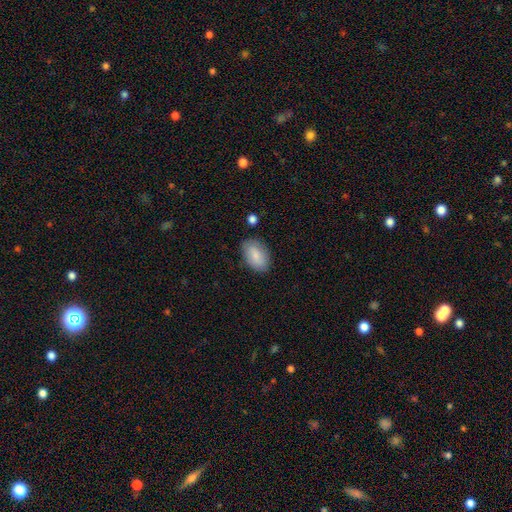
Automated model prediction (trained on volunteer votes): Smooth or featured: smooth — 82% (featured or disk — 12%)
How rounded: in between — 92% (round — 6%)
Merging: none — 79% (minor disturbance — 15%)